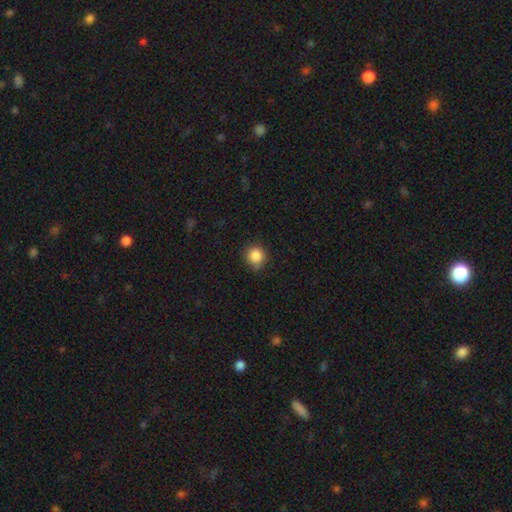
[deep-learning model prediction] Smooth or featured: smooth — 86% (star or artifact — 10%)
How rounded: round — 90% (in between — 9%)
Merging: none — 79% (minor disturbance — 17%)